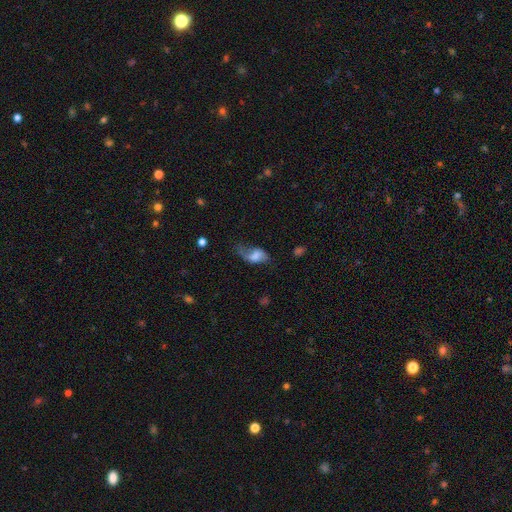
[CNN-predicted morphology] Q: Smooth or featured?
A: smooth (54%); runner-up: featured or disk (37%)
Q: How rounded?
A: in between (89%); runner-up: round (8%)
Q: Merging?
A: major disturbance (39%); runner-up: minor disturbance (29%)